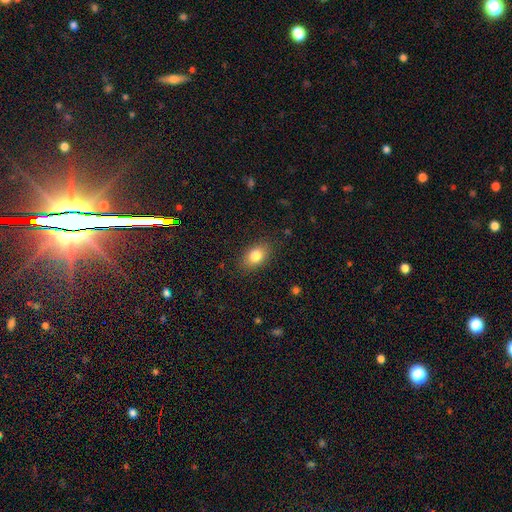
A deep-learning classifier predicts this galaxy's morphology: type=smooth (82%); roundness=in between (82%); merging=none (85%).